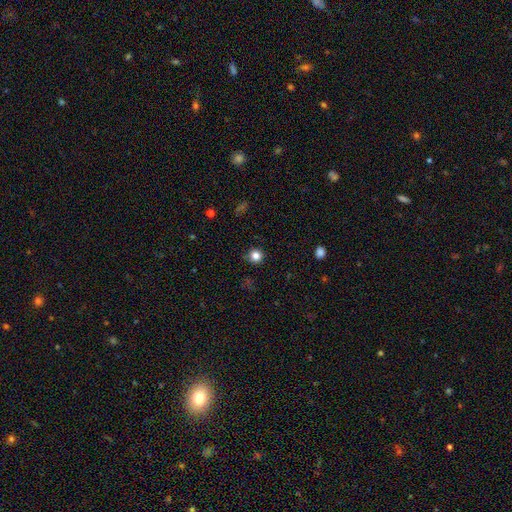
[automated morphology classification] smooth 82%, star or artifact 13%, featured or disk 5%. Down the decision tree: how rounded — round (93%); merging — none (86%).